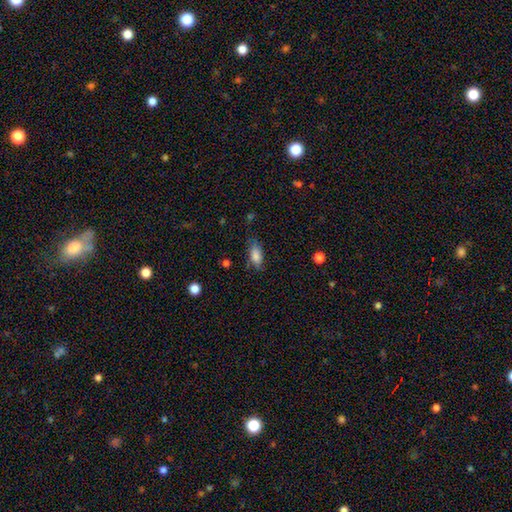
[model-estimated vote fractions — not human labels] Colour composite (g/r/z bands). It shows a smooth galaxy with no disk features (84%) that is in between round and cigar-shaped (85%). Merging: none (70%).